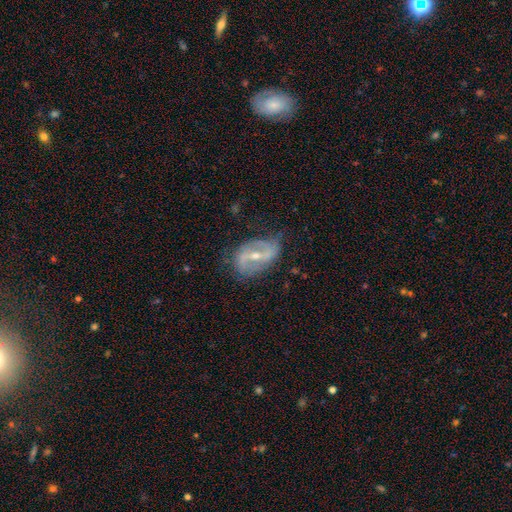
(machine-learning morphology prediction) This appears to be a featured or disk galaxy (84%) with a strong bar (49%), 2 (87%) loose (47%) spiral arms (89%) and a small central bulge (52%). Merging: none (67%).